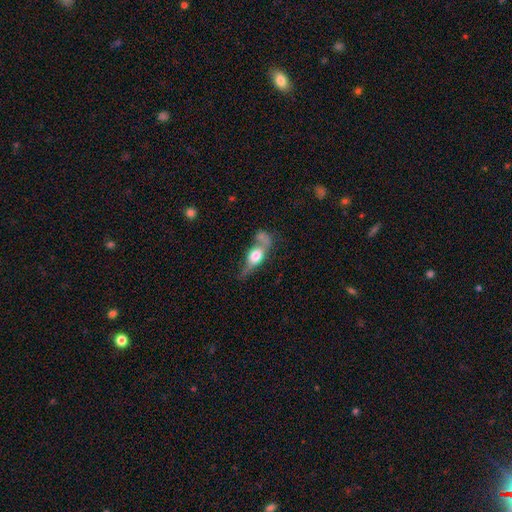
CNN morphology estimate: smooth_or_featured: smooth (p=0.50) [alt: featured or disk p=0.41]
how_rounded: in between (p=0.62) [alt: cigar-shaped p=0.22]
merging: merger (p=0.29) [alt: none p=0.28]